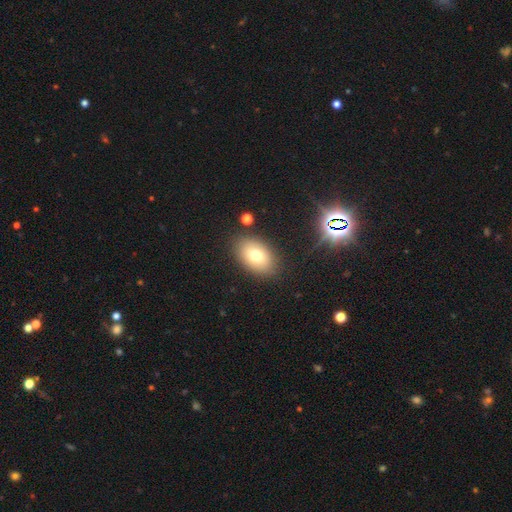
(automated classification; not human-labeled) smooth 74%, featured or disk 15%, star or artifact 10%. Down the decision tree: how rounded — in between (88%); merging — none (84%).